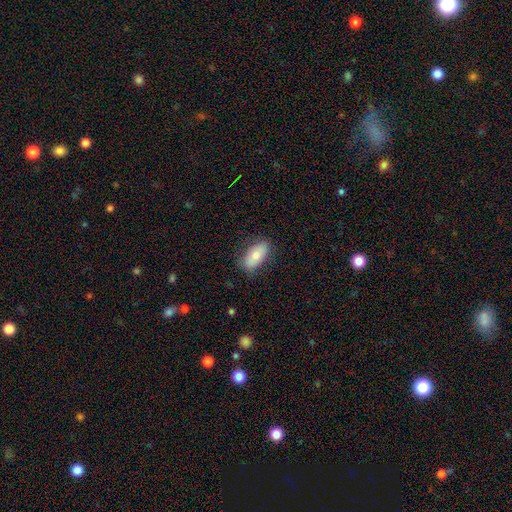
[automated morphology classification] type=smooth (75%); roundness=in between (90%); merging=none (82%).